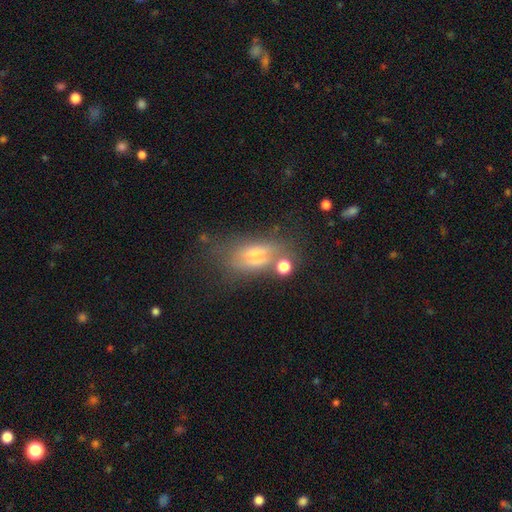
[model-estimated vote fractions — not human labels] smooth-or-featured: smooth: 58% | featured or disk: 28% | star or artifact: 14%
  how-rounded: in between: 78% | round: 12% | cigar-shaped: 10%
  merging: none: 41% | minor disturbance: 24% | major disturbance: 20% | merger: 15%